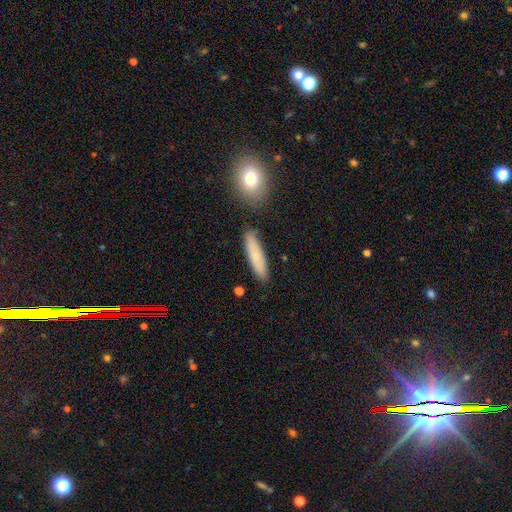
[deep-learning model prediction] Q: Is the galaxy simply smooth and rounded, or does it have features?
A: smooth — 76%.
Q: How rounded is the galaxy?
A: cigar-shaped — 74%.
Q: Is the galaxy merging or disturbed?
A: none — 82%.